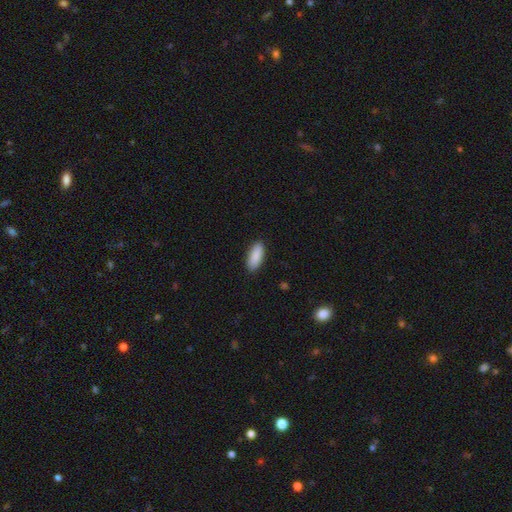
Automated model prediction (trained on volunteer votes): This appears to be a smooth galaxy with no disk features (90%) that is in between round and cigar-shaped (83%). Merging: none (89%).